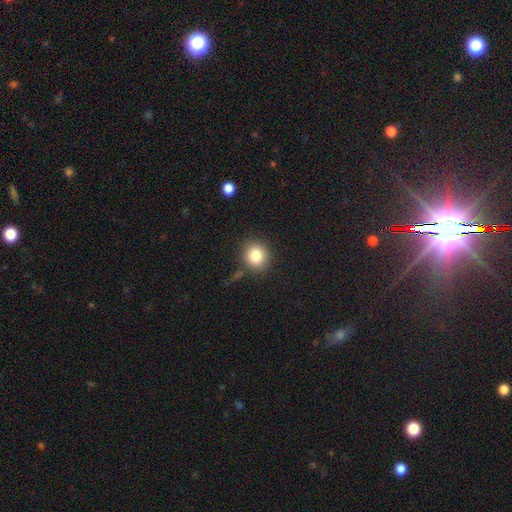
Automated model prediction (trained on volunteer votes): smooth_or_featured: smooth (p=0.83) [alt: star or artifact p=0.10]
how_rounded: round (p=0.79) [alt: in between p=0.20]
merging: none (p=0.81) [alt: minor disturbance p=0.11]